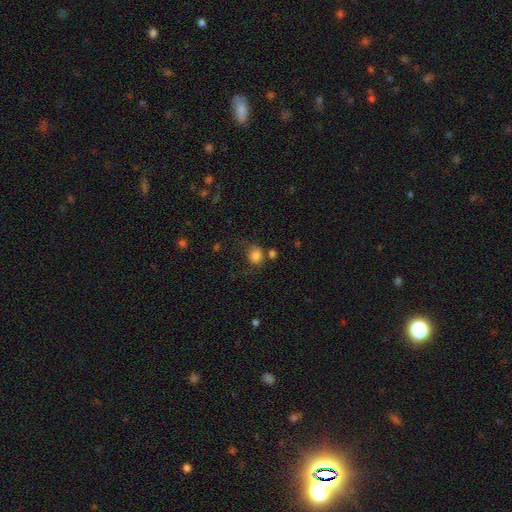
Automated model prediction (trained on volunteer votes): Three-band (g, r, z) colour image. It shows a smooth galaxy with no disk features (81%) that is round (67%). Merging: none (52%).